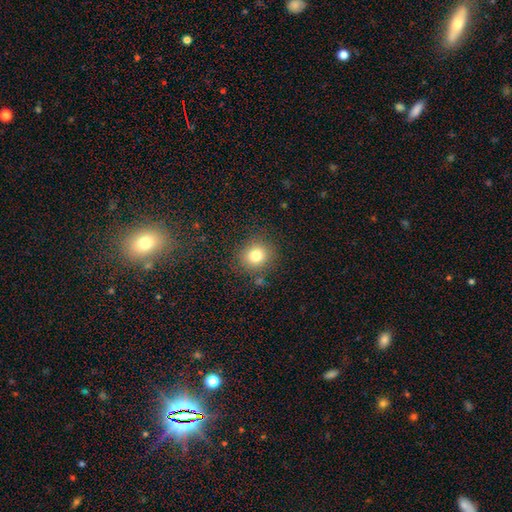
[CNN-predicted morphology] smooth-or-featured: smooth: 78% | star or artifact: 13% | featured or disk: 9%
  how-rounded: round: 84% | in between: 15% | cigar-shaped: 1%
  merging: none: 83% | minor disturbance: 10% | major disturbance: 4% | merger: 3%